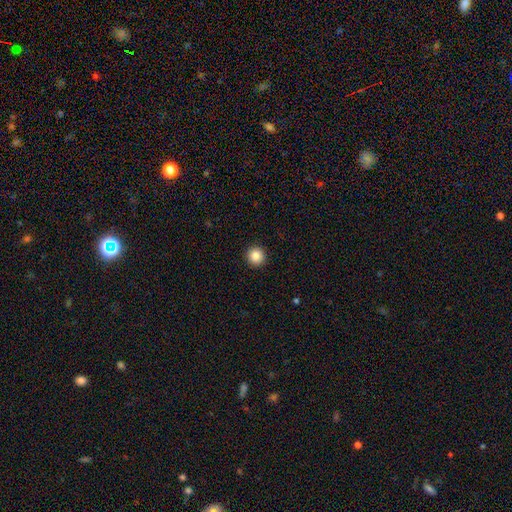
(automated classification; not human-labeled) Smooth or featured? Predicted: smooth (p=0.86). How rounded? Predicted: round (p=0.95). Merging? Predicted: none (p=0.93).